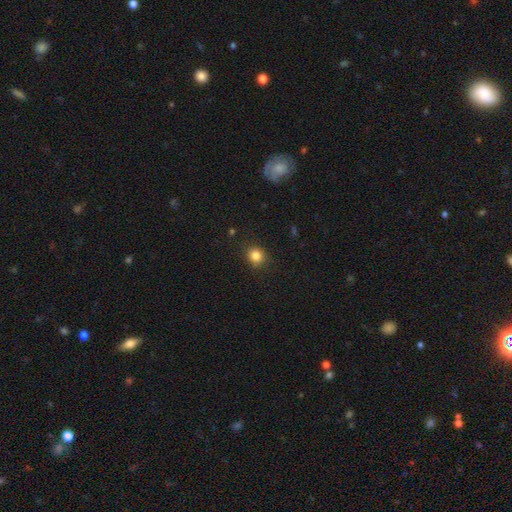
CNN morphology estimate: smooth_or_featured: smooth (p=0.84) [alt: star or artifact p=0.12]
how_rounded: round (p=0.81) [alt: in between p=0.18]
merging: none (p=0.86) [alt: minor disturbance p=0.10]